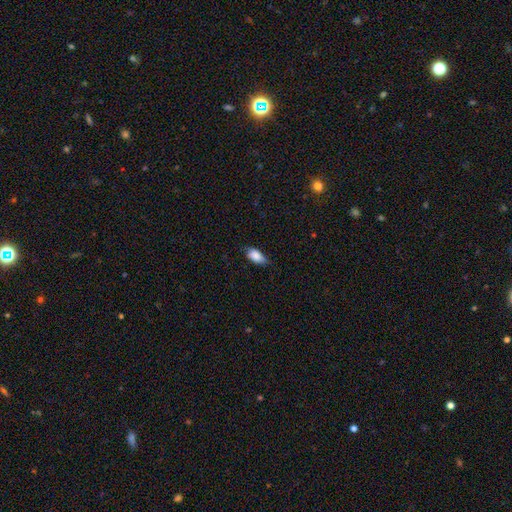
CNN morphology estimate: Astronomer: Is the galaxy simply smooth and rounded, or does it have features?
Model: smooth — 86%.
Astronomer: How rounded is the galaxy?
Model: in between — 89%.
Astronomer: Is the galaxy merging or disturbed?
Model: none — 68%.